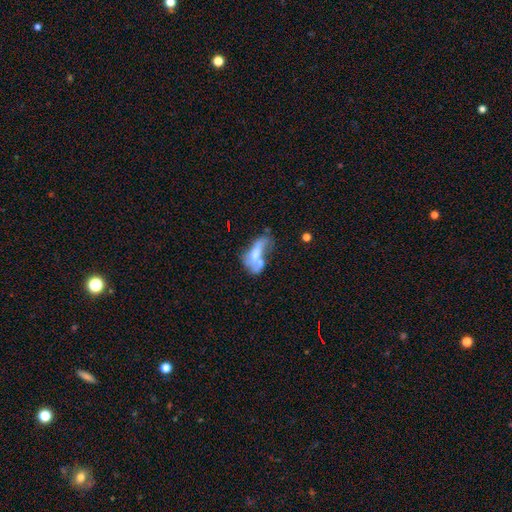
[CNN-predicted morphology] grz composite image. It shows a featured or disk galaxy (46%). Merging: merger (42%).